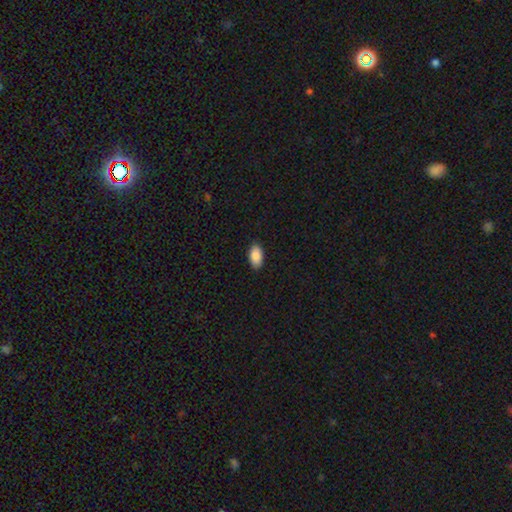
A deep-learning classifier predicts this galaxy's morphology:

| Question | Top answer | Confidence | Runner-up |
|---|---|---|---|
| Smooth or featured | smooth | 89% | star or artifact (7%) |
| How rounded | in between | 95% | round (3%) |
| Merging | none | 89% | minor disturbance (9%) |